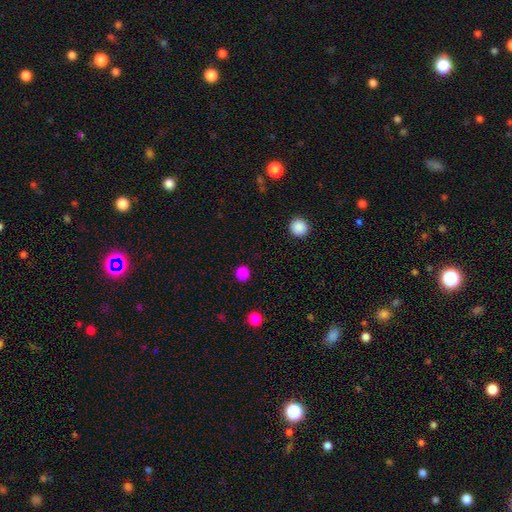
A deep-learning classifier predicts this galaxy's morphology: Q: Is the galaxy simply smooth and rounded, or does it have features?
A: smooth — 83%.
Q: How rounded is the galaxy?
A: round — 89%.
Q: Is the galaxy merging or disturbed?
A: none — 91%.